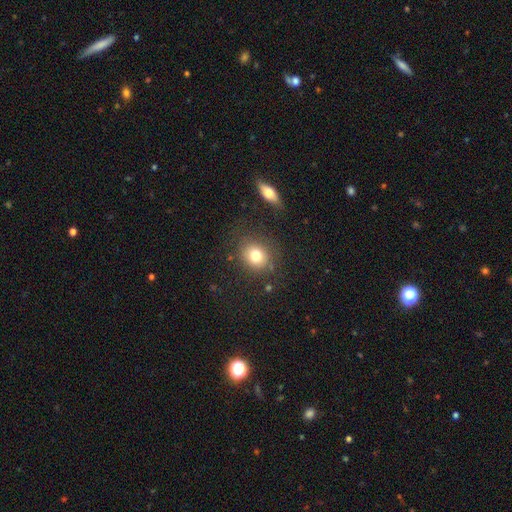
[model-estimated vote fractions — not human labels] Overall: smooth (78%). How rounded: round (71%). Merging: none (78%).